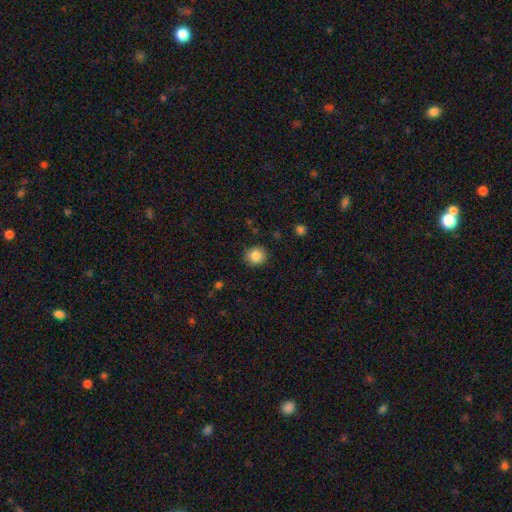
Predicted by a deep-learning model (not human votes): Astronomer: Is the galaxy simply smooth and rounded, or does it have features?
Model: smooth — 86%.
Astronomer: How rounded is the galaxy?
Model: round — 84%.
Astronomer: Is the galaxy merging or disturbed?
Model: none — 88%.